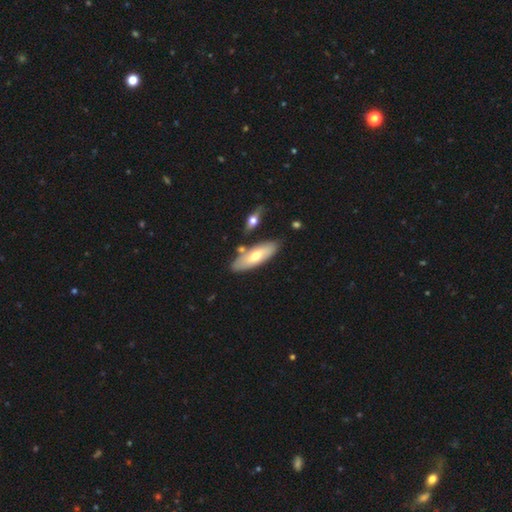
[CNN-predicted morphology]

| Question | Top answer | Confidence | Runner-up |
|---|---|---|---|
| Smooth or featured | smooth | 57% | featured or disk (38%) |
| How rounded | in between | 62% | cigar-shaped (37%) |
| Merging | none | 77% | minor disturbance (12%) |